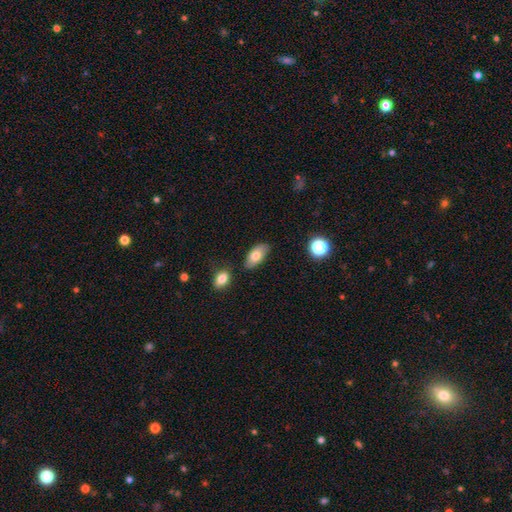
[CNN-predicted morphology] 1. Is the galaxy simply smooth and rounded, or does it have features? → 77% smooth, 15% featured or disk, 8% star or artifact.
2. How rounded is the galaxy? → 91% in between, 5% cigar-shaped, 4% round.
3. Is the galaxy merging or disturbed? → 79% none, 14% minor disturbance, 5% merger, 3% major disturbance.